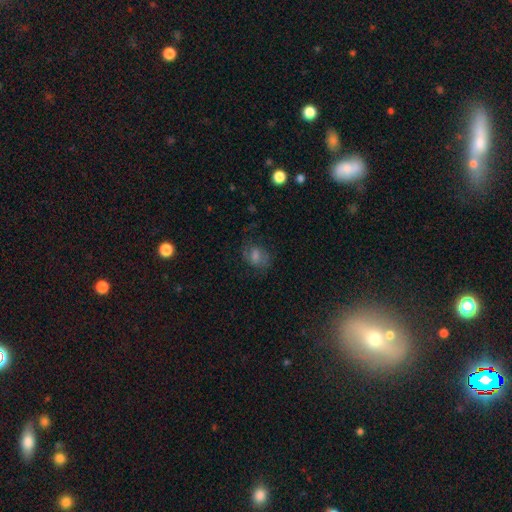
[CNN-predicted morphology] Smooth or featured: smooth — 42% (featured or disk — 36%)
Merging: none — 68% (minor disturbance — 19%)